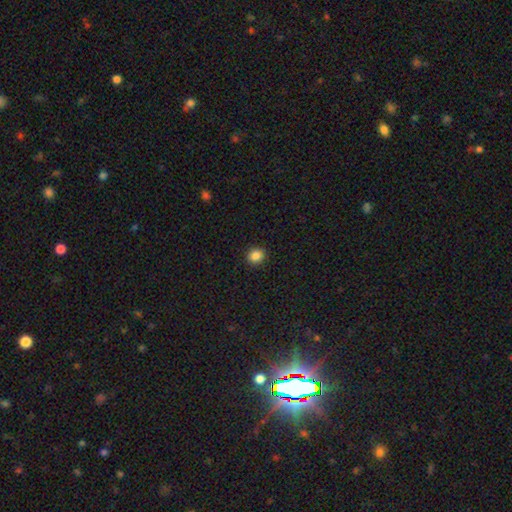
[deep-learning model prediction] Smooth or featured?
  - smooth: 86% *
  - star or artifact: 11%
  - featured or disk: 4%
How rounded?
  - round: 83% *
  - in between: 16%
  - cigar-shaped: 1%
Merging?
  - none: 92% *
  - minor disturbance: 5%
  - major disturbance: 2%
  - merger: 1%